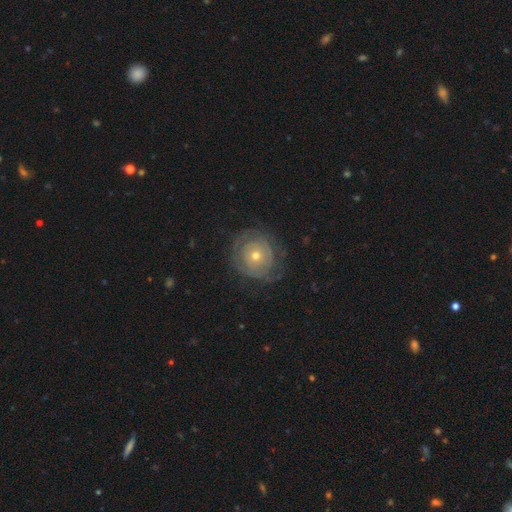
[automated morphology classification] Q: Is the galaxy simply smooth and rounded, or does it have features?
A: featured or disk — 63%.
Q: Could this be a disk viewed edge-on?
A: no — 97%.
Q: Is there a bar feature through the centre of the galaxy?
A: no — 88%.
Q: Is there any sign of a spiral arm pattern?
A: yes — 63%.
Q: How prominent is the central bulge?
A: small — 51%.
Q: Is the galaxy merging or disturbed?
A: none — 71%.